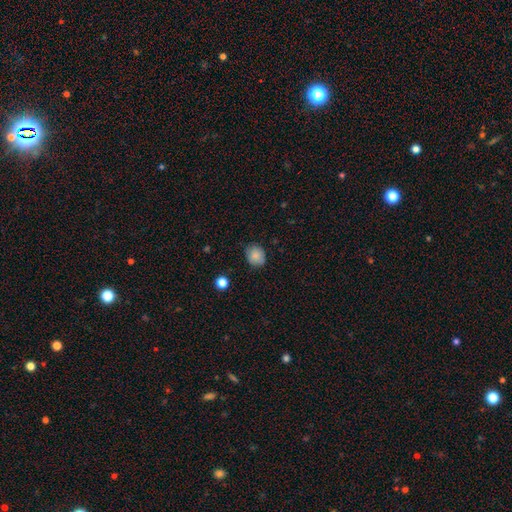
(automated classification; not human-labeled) A smooth galaxy with no disk features (85%) that is round (65%).

Vote fractions:
- Smooth or featured? smooth: 85% / star or artifact: 9% / featured or disk: 6%
- How rounded? round: 65% / in between: 34% / cigar-shaped: 1%
- Merging? none: 78% / minor disturbance: 17% / major disturbance: 3% / merger: 1%